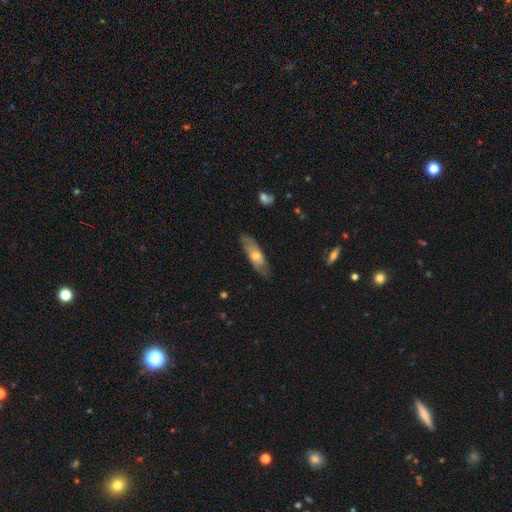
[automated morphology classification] Overall: smooth (53%; featured or disk 41%). How rounded: in between (53%; cigar-shaped 44%). Merging: none (77%).